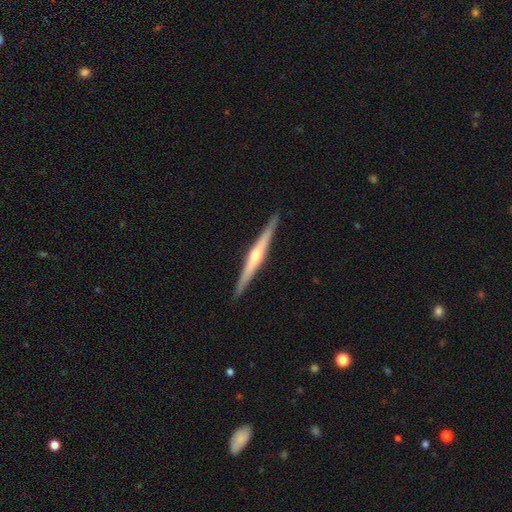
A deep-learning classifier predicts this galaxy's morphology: smooth_or_featured: featured or disk (p=0.75) [alt: smooth p=0.20]
disk_edge_on: yes (p=0.98) [alt: no p=0.02]
edge_on_bulge: rounded (p=0.80) [alt: none p=0.12]
merging: none (p=0.92) [alt: minor disturbance p=0.06]